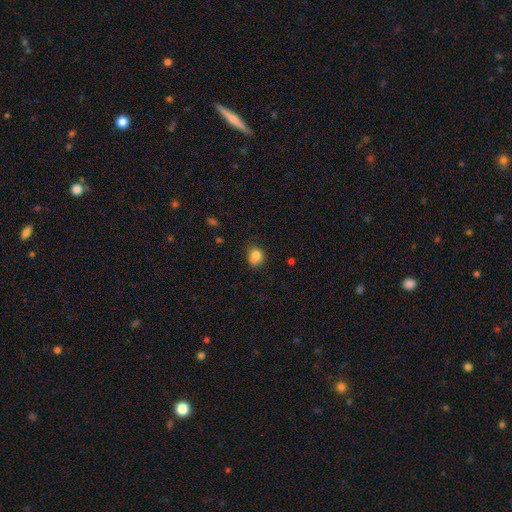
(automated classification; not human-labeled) This is clearly a smooth galaxy (80%). How rounded: likely round (66%). Merging: possibly none (55%).